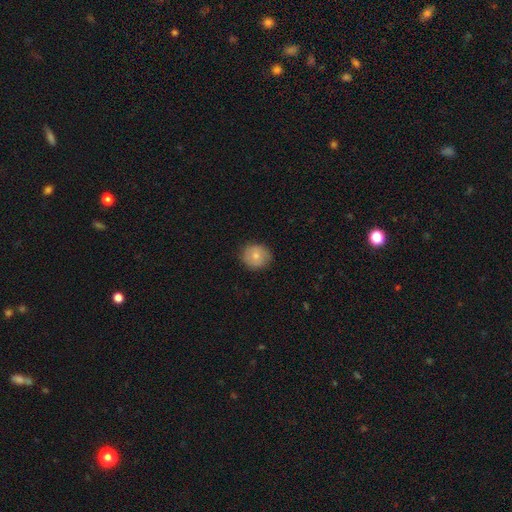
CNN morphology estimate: type=smooth (71%); roundness=round (86%); merging=none (87%).